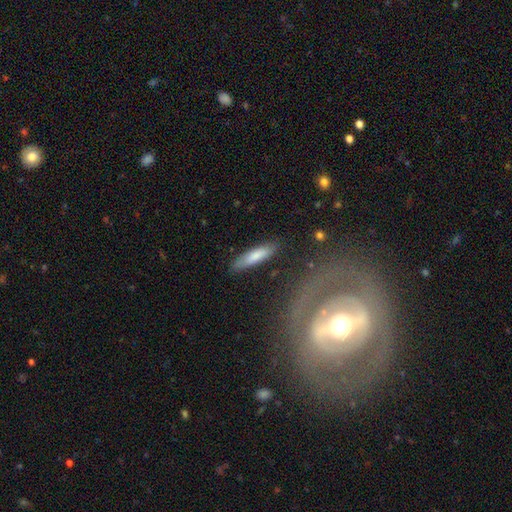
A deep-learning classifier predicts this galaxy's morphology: The model was most divided on "how rounded": cigar-shaped: 74%, in between: 25%, round: 1%. More confident: merging — none (84%); smooth or featured — smooth (78%).